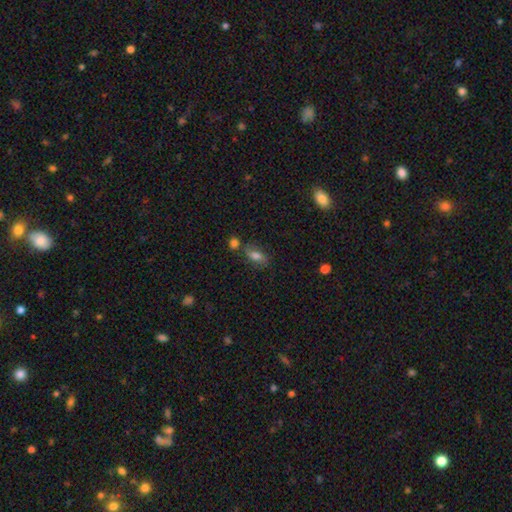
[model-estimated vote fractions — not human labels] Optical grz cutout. It shows a smooth galaxy with no disk features (71%) that is in between round and cigar-shaped (81%). Merging: none (64%).